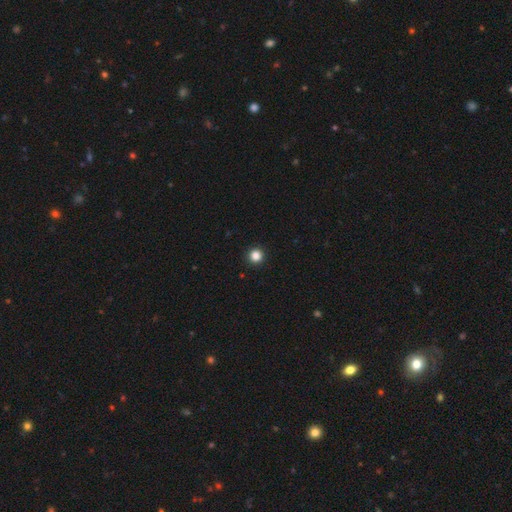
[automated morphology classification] A smooth galaxy with no disk features (85%) that is round (96%).

Vote fractions:
- Smooth or featured? smooth: 85% / star or artifact: 12% / featured or disk: 3%
- How rounded? round: 96% / in between: 3% / cigar-shaped: 1%
- Merging? none: 94% / minor disturbance: 4% / major disturbance: 1% / merger: 1%